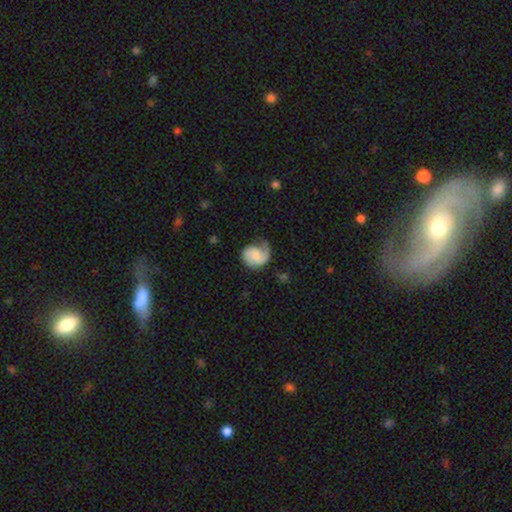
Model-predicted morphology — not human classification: A featured or disk galaxy (56%) with no bar (58%), 1 (46%) medium (40%) spiral arms (91%) and no central bulge (34%, tied with small).

Vote fractions:
- Smooth or featured? featured or disk: 56% / smooth: 37% / star or artifact: 7%
- Edge-on disk? no: 98% / yes: 2%
- Bar? no: 58% / weak: 35% / strong: 7%
- Spiral arms? yes: 91% / no: 9%
- Spiral winding? medium: 40% / loose: 33% / tight: 28%
- Spiral arm count? 1: 46% / 2: 45% / can't tell: 6% / 3: 1% / 4: 1% / more than 4: 1%
- Bulge size? none: 34% (tied) / small: 34% (tied) / moderate: 23% / large: 7% / dominant: 2%
- Merging? none: 48% / minor disturbance: 29% / major disturbance: 21% / merger: 2%